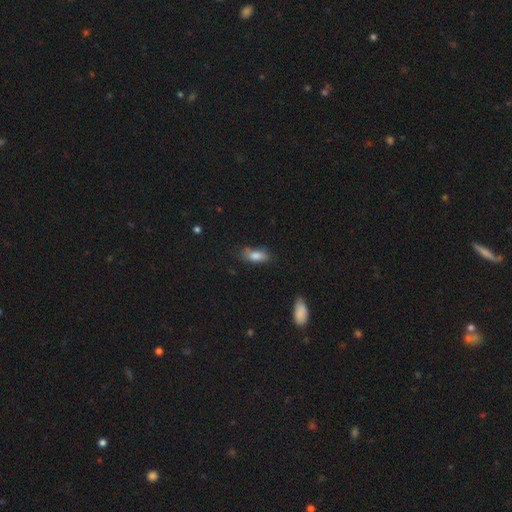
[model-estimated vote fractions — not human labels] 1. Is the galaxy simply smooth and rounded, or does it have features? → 81% smooth, 11% featured or disk, 8% star or artifact.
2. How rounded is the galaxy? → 80% in between, 16% cigar-shaped, 4% round.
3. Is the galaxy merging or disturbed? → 65% none, 25% minor disturbance, 6% major disturbance, 3% merger.